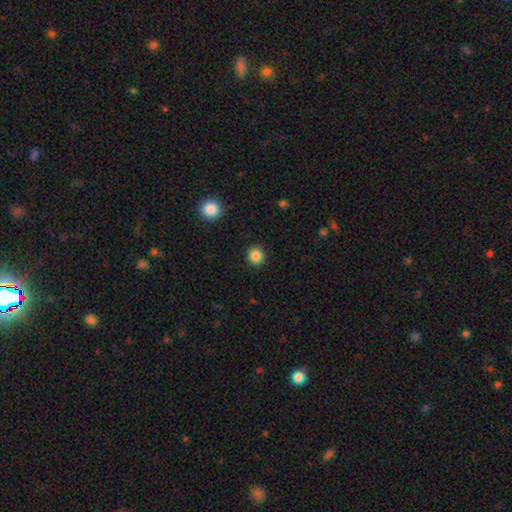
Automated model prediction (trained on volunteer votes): smooth-or-featured: smooth: 86% | star or artifact: 10% | featured or disk: 3%
  how-rounded: round: 86% | in between: 13% | cigar-shaped: 1%
  merging: none: 91% | minor disturbance: 6% | major disturbance: 2% | merger: 1%